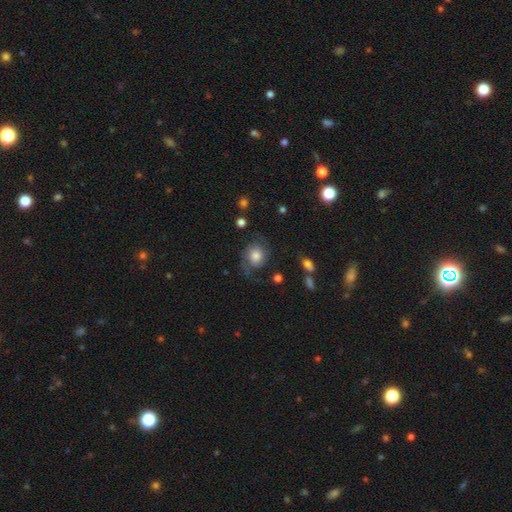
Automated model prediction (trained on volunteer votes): smooth-or-featured: featured or disk: 57% | smooth: 34% | star or artifact: 9%
  disk-edge-on: no: 97% | yes: 3%
    bar: no: 75% | weak: 22% | strong: 3%
    has-spiral-arms: yes: 91% | no: 9%
      spiral-winding: loose: 42% (tied) | medium: 42% (tied) | tight: 16%
      spiral-arm-count: 2: 82% | 1: 9% | can't tell: 5% | 3: 2% | 4: 1% | more than 4: 1%
    bulge-size: moderate: 42% | large: 33% | small: 13% | dominant: 8% | none: 4%
  merging: none: 62% | minor disturbance: 20% | major disturbance: 16% | merger: 2%